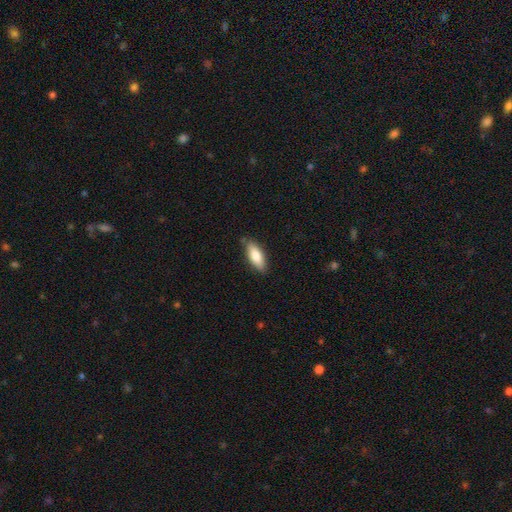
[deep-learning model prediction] Q: Smooth or featured?
A: smooth (81%); runner-up: featured or disk (14%)
Q: How rounded?
A: in between (70%); runner-up: cigar-shaped (28%)
Q: Merging?
A: none (82%); runner-up: minor disturbance (14%)